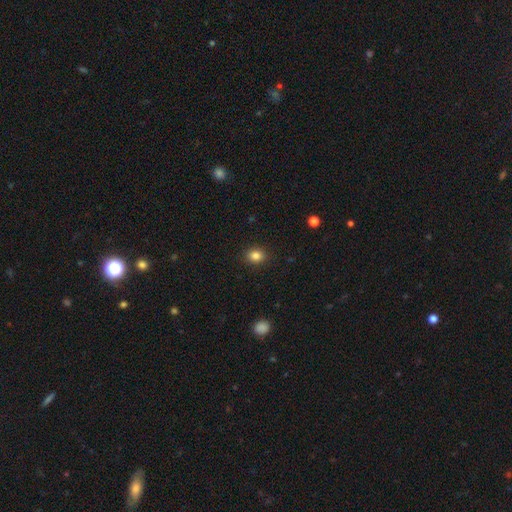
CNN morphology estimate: A smooth galaxy with no disk features (84%) that is round (56%).

Vote fractions:
- Smooth or featured? smooth: 84% / star or artifact: 11% / featured or disk: 5%
- How rounded? round: 56% / in between: 43% / cigar-shaped: 1%
- Merging? none: 90% / minor disturbance: 7% / major disturbance: 2% / merger: 1%